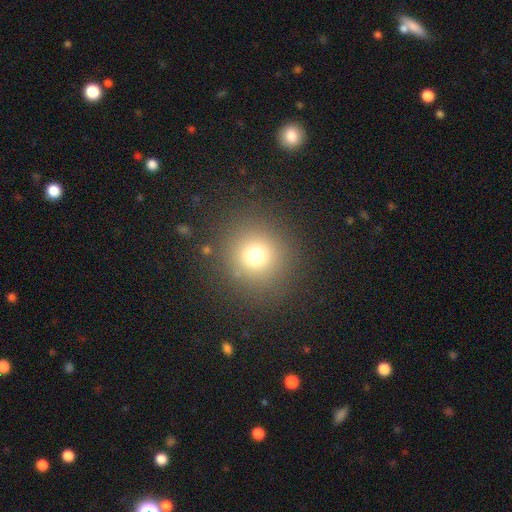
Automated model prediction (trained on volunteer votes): This is likely a smooth galaxy (73%). How rounded: clearly round (93%). Merging: clearly none (87%).